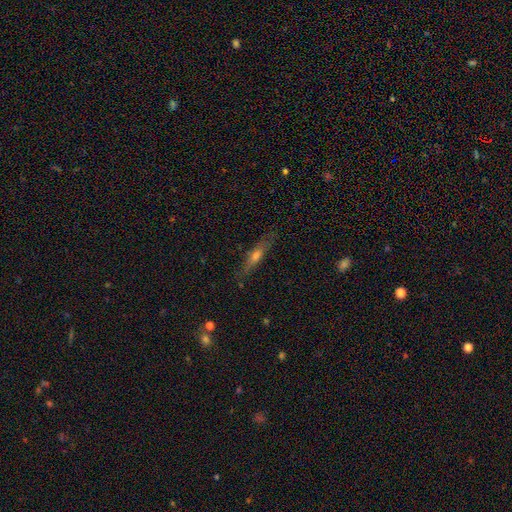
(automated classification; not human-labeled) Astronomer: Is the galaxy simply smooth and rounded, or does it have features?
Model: featured or disk — 50% (runner-up: smooth, 41%).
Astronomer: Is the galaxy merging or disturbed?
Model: none — 82%.